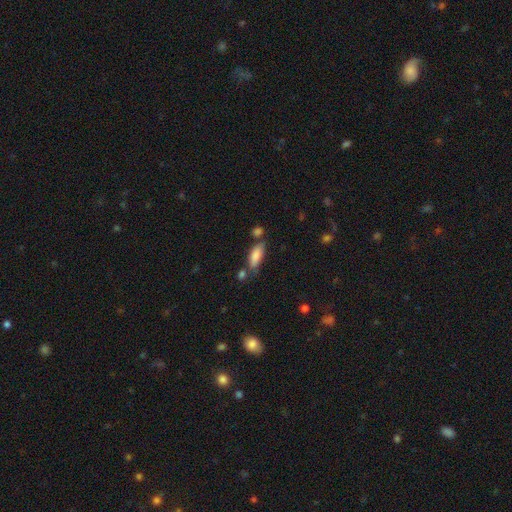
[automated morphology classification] type=smooth (84%); roundness=in between (76%); merging=none (57%).